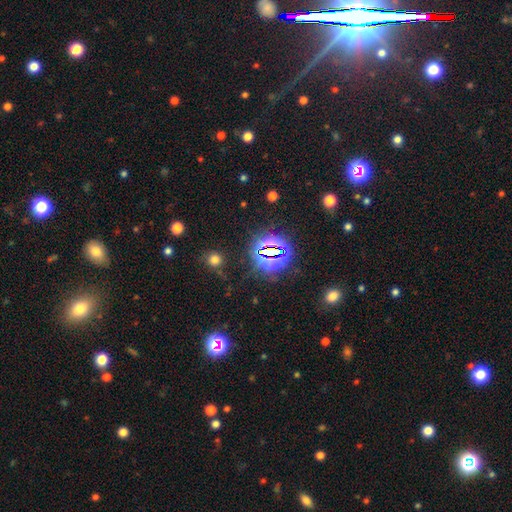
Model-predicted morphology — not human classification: Smooth or featured? star or artifact (78%)